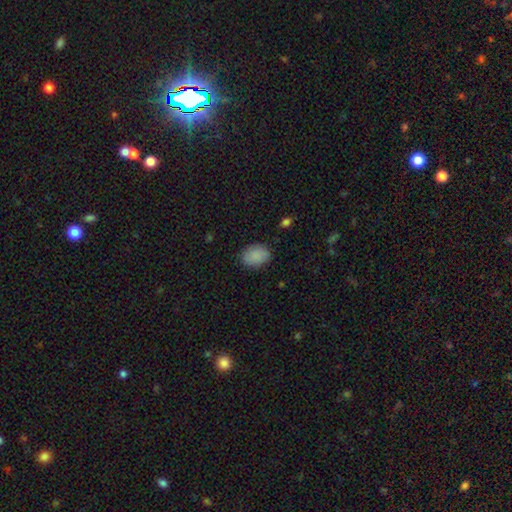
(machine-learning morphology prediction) A smooth galaxy with no disk features (88%) that is in between round and cigar-shaped (73%).

Vote fractions:
- Smooth or featured? smooth: 88% / star or artifact: 7% / featured or disk: 5%
- How rounded? in between: 73% / round: 26% / cigar-shaped: 1%
- Merging? none: 83% / minor disturbance: 13% / major disturbance: 3% / merger: 1%